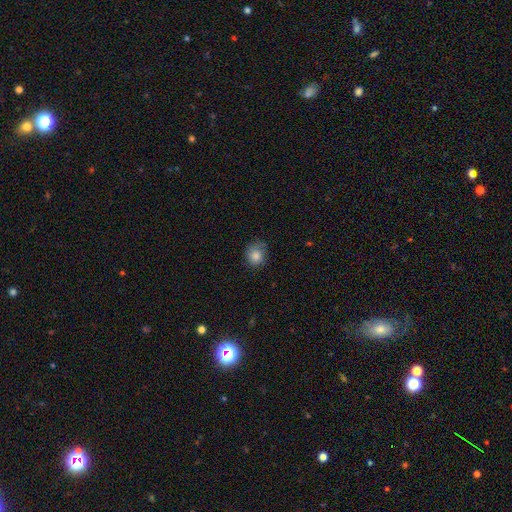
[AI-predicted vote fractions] A smooth galaxy with no disk features (83%) that is round (73%).

Vote fractions:
- Smooth or featured? smooth: 83% / star or artifact: 9% / featured or disk: 8%
- How rounded? round: 73% / in between: 26% / cigar-shaped: 1%
- Merging? none: 62% / minor disturbance: 28% / major disturbance: 9% / merger: 2%